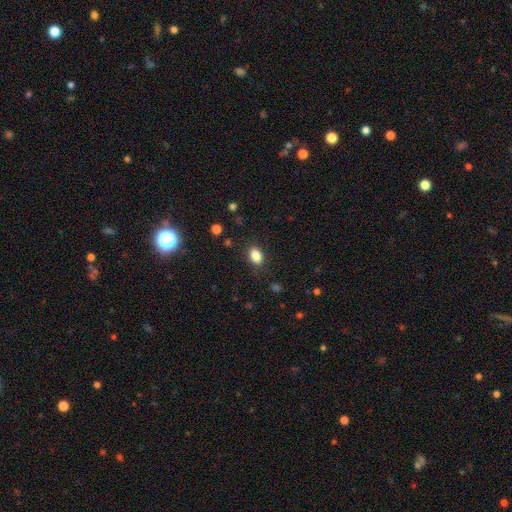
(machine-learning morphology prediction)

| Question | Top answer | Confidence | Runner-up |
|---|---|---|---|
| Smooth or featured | smooth | 85% | star or artifact (10%) |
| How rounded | in between | 83% | round (15%) |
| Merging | none | 85% | minor disturbance (11%) |